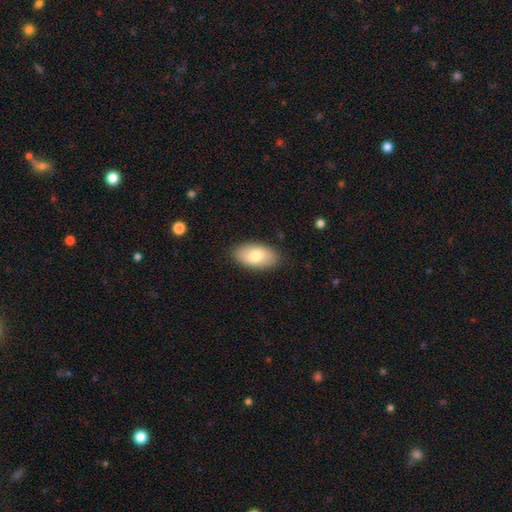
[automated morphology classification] smooth-or-featured: smooth: 77% | featured or disk: 17% | star or artifact: 6%
  how-rounded: in between: 95% | round: 4% | cigar-shaped: 2%
  merging: none: 87% | minor disturbance: 10% | major disturbance: 2% | merger: 1%